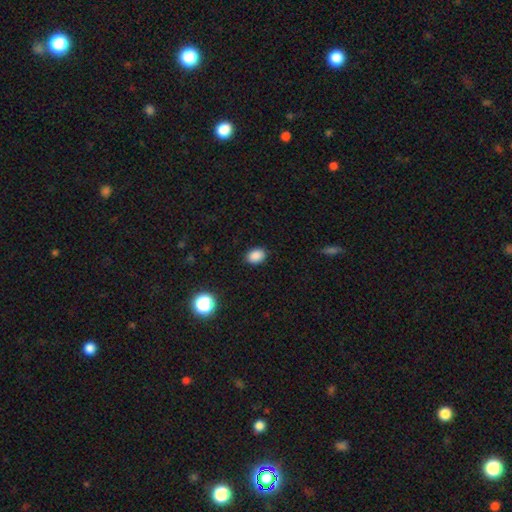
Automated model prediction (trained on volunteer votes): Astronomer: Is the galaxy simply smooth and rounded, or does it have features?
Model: smooth — 87%.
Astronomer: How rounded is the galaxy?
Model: in between — 67%.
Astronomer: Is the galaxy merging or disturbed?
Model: none — 88%.